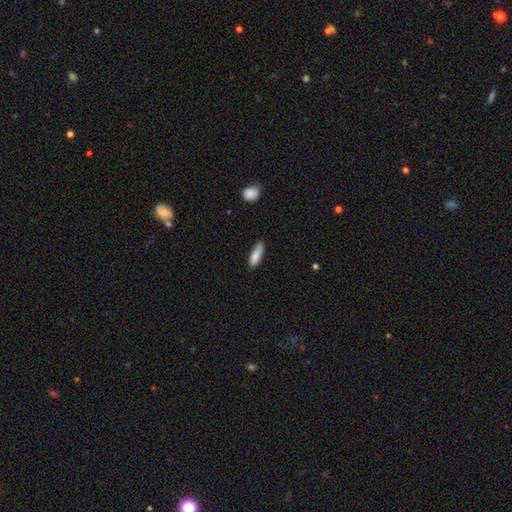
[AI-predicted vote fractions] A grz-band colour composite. It shows a smooth galaxy with no disk features (84%) that is in between round and cigar-shaped (50%). Merging: none (78%).